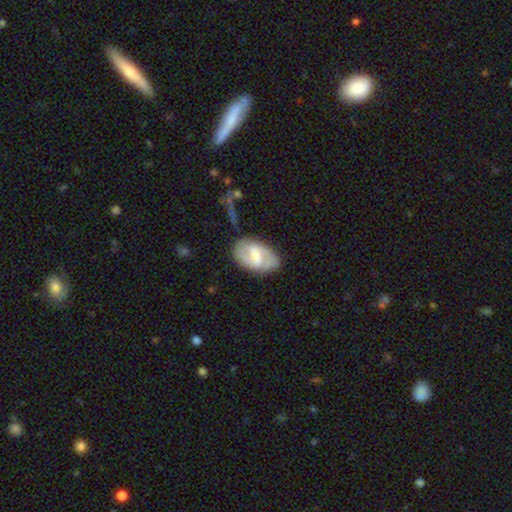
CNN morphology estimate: Q: Smooth or featured?
A: featured or disk (73%); runner-up: smooth (22%)
Q: Edge-on disk?
A: no (97%); runner-up: yes (3%)
Q: Bar?
A: weak (56%); runner-up: strong (30%)
Q: Spiral arms?
A: yes (88%); runner-up: no (12%)
Q: Spiral winding?
A: medium (49%); runner-up: loose (26%)
Q: Spiral arm count?
A: 2 (86%); runner-up: can't tell (8%)
Q: Bulge size?
A: small (47%); runner-up: moderate (40%)
Q: Merging?
A: none (78%); runner-up: minor disturbance (15%)